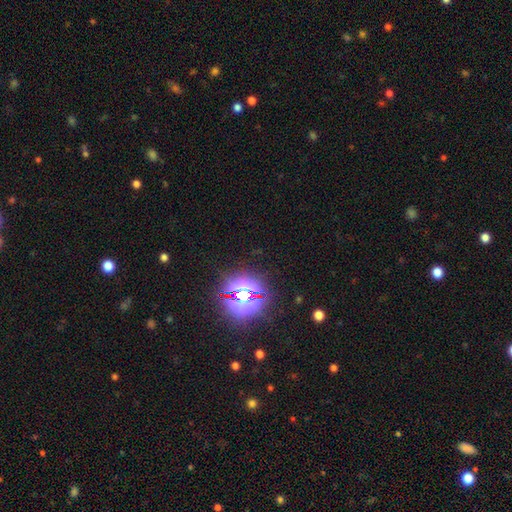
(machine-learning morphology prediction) This is likely a star or artifact rather than a galaxy (79%).